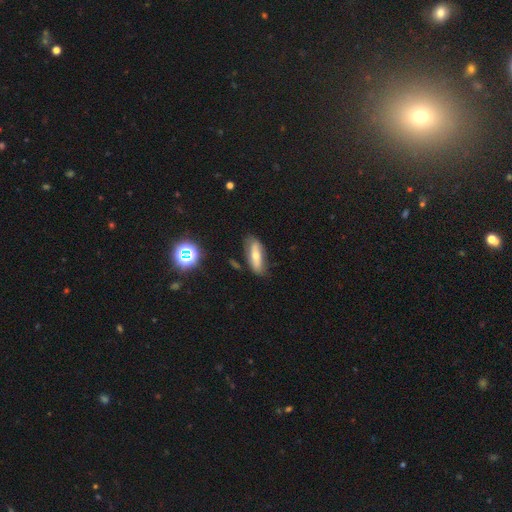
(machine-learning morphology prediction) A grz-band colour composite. It shows a smooth galaxy with no disk features (52%) that is in between round and cigar-shaped (59%). Merging: none (74%).